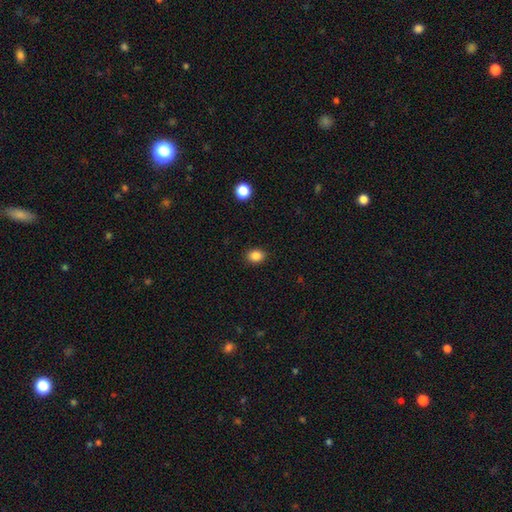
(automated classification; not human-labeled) A smooth galaxy with no disk features (85%) that is in between round and cigar-shaped (55%).

Vote fractions:
- Smooth or featured? smooth: 85% / star or artifact: 11% / featured or disk: 4%
- How rounded? in between: 55% / round: 44% / cigar-shaped: 1%
- Merging? none: 89% / minor disturbance: 8% / major disturbance: 2% / merger: 1%